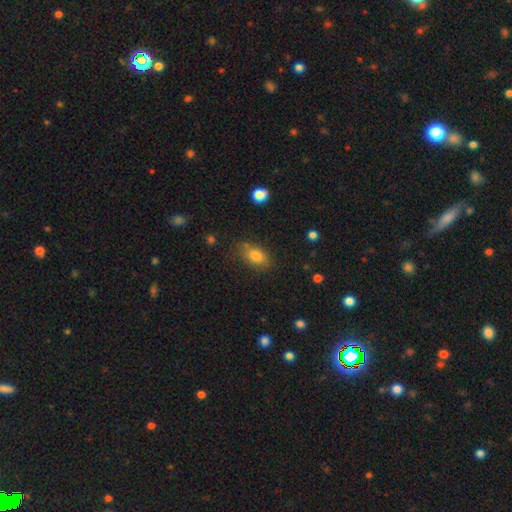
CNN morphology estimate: Smooth or featured? smooth (81%)
How rounded? in between (86%)
Merging? none (72%)